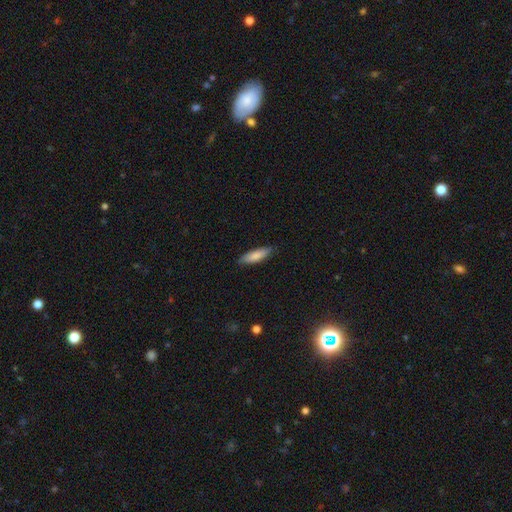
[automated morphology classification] A smooth galaxy with no disk features (83%) that is cigar-shaped (61%). Merging: none (86%).